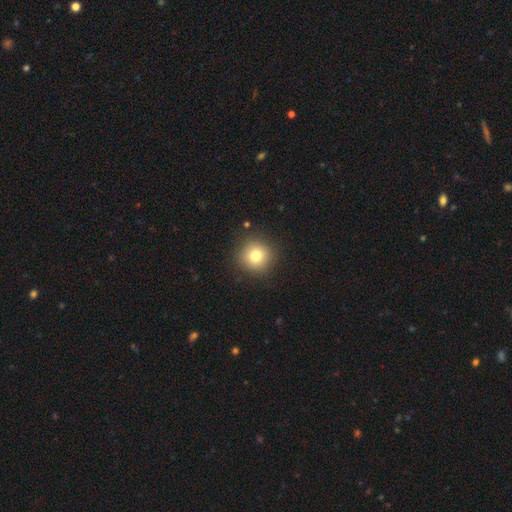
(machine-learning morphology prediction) Smooth or featured? Predicted: smooth (p=0.79). How rounded? Predicted: round (p=0.93). Merging? Predicted: none (p=0.89).